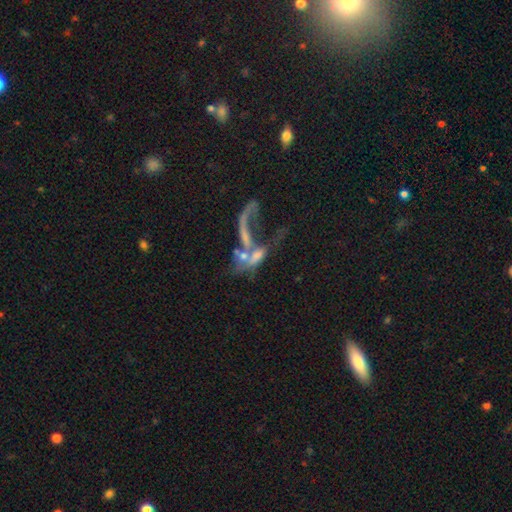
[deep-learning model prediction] The model was most divided on "bulge size": none: 45%, small: 27%, moderate: 20%, large: 5%, dominant: 2%. More confident: edge-on disk — no (89%); bar — no (72%); spiral arms — no (64%); smooth or featured — featured or disk (61%); merging — merger (55%).